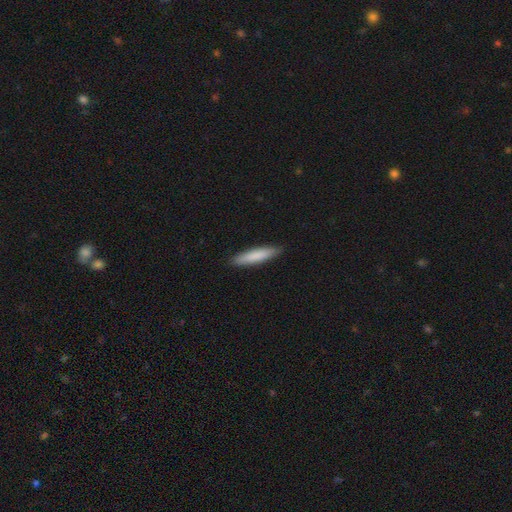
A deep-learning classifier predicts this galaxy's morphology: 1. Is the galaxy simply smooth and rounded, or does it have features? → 83% smooth, 12% featured or disk, 5% star or artifact.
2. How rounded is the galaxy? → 86% cigar-shaped, 12% in between, 1% round.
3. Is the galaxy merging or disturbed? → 90% none, 8% minor disturbance, 2% major disturbance, 1% merger.